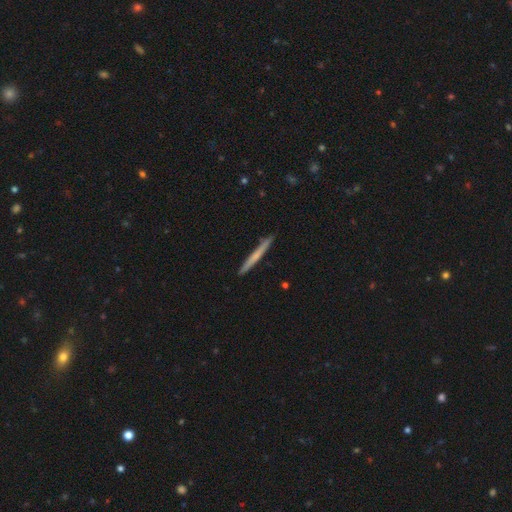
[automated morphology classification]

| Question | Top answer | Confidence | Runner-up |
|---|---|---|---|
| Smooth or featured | smooth | 53% | featured or disk (41%) |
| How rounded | cigar-shaped | 97% | in between (2%) |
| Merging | none | 91% | minor disturbance (6%) |